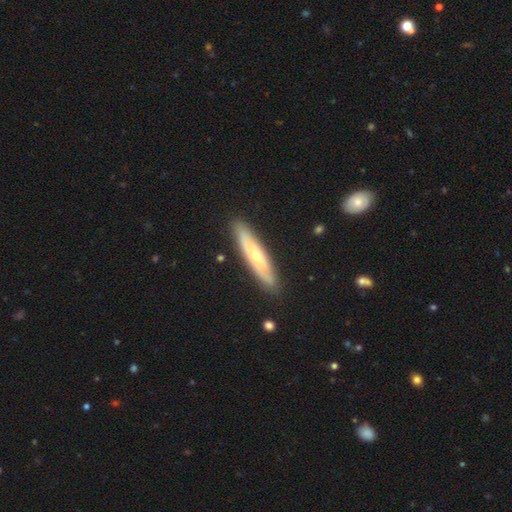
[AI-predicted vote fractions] A featured or disk galaxy (60%) viewed edge-on (56%).

Vote fractions:
- Smooth or featured? featured or disk: 60% / smooth: 35% / star or artifact: 6%
- Edge-on disk? yes: 56% / no: 44%
- Merging? none: 87% / minor disturbance: 10% / major disturbance: 2% / merger: 1%